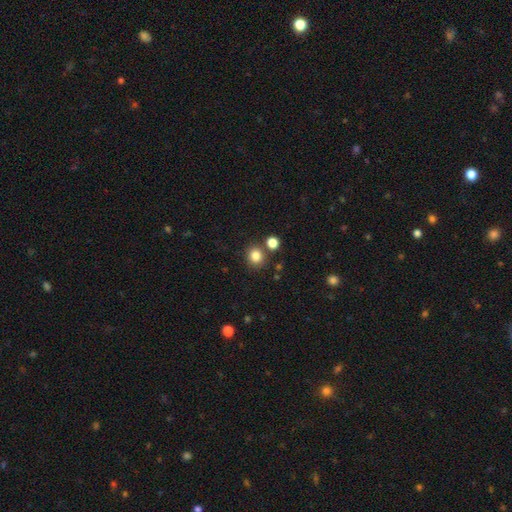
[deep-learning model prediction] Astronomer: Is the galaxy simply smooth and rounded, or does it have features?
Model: smooth — 83%.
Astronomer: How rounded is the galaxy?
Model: round — 81%.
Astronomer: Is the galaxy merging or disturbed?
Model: none — 79%.